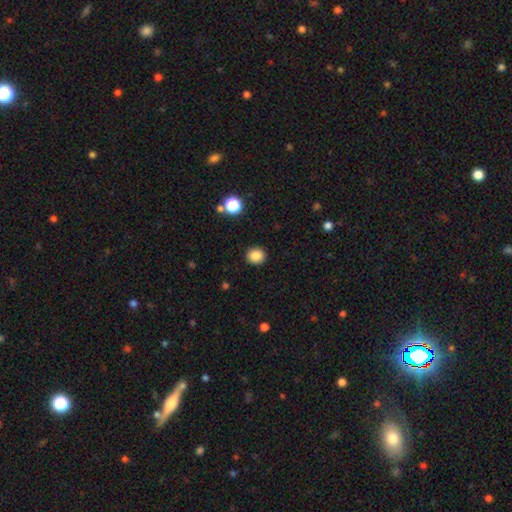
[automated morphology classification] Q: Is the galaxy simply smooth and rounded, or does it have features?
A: smooth — 86%.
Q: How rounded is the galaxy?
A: round — 78%.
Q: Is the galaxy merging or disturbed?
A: none — 91%.